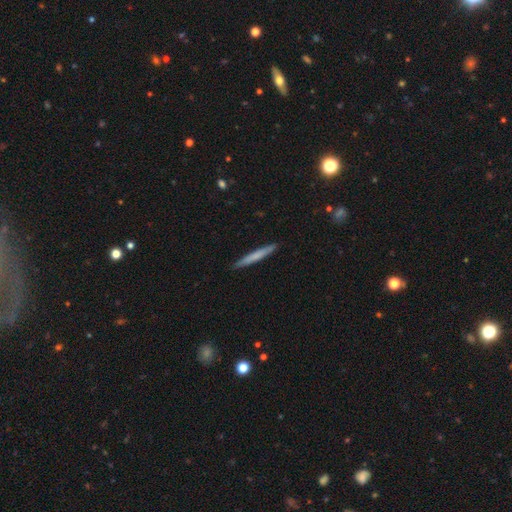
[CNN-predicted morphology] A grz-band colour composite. It shows a smooth galaxy with no disk features (64%) that is cigar-shaped (96%). Merging: none (91%).